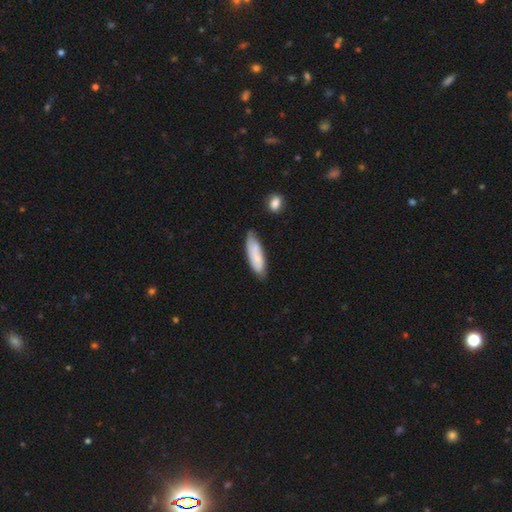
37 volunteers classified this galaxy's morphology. This appears to be a smooth galaxy with no disk features (78%) that is cigar-shaped (69%). Merging: none (66%).